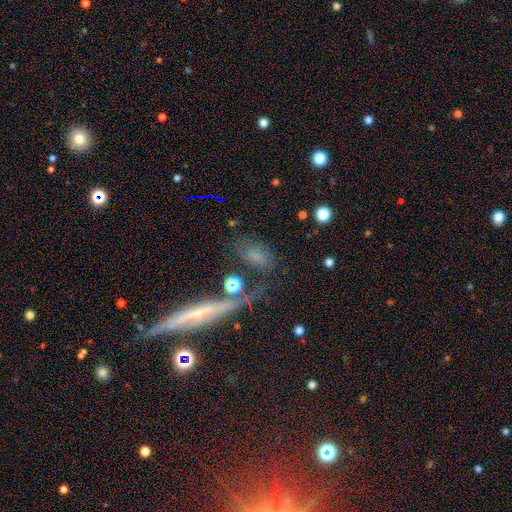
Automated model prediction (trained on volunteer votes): This appears to be a smooth galaxy with no disk features (60%) that is in between round and cigar-shaped (64%). Merging: none (57%).